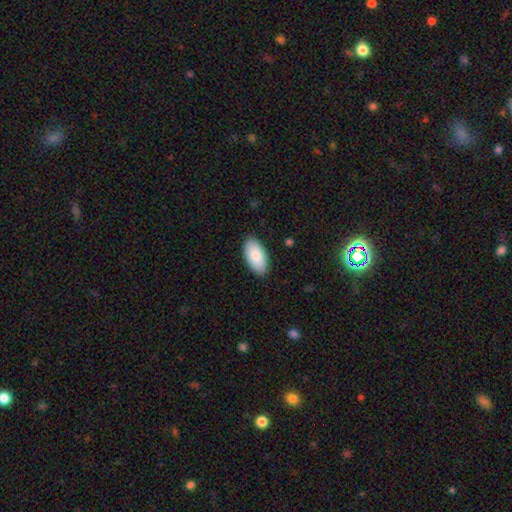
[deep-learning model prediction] smooth 84%, featured or disk 10%, star or artifact 6%. Down the decision tree: how rounded — in between (95%); merging — none (88%).